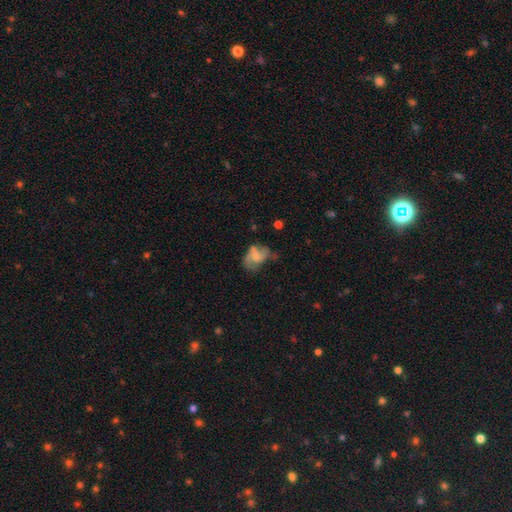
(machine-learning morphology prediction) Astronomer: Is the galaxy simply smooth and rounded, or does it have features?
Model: smooth — 48% (runner-up: featured or disk, 42%).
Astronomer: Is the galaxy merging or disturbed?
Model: major disturbance — 32% (runner-up: none, 30%).